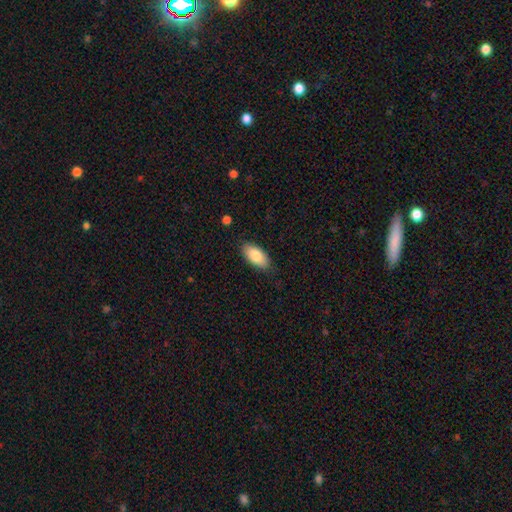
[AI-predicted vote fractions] smooth 83%, featured or disk 10%, star or artifact 6%. Down the decision tree: how rounded — in between (92%); merging — none (85%).